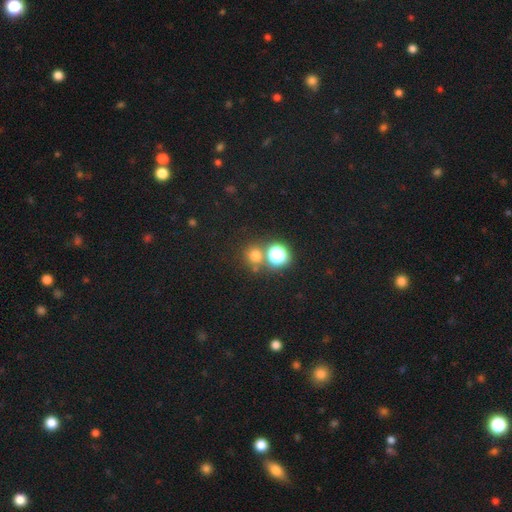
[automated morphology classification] Smooth or featured? smooth (66%)
How rounded? round (89%)
Merging? none (69%)